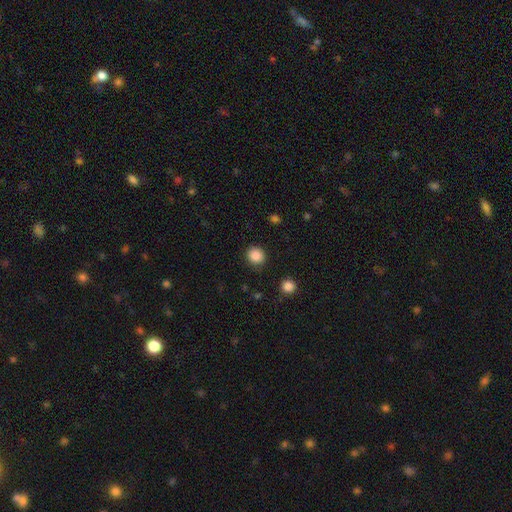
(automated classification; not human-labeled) The model was most divided on "how rounded": round: 87%, in between: 12%, cigar-shaped: 1%. More confident: merging — none (88%); smooth or featured — smooth (87%).